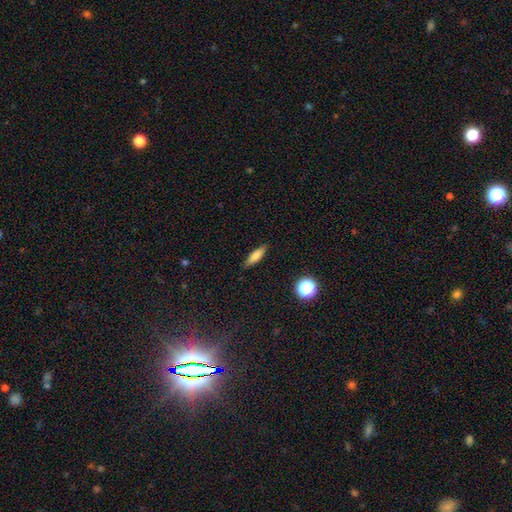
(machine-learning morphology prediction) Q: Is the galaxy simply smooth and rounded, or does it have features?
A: smooth — 76%.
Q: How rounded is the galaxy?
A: cigar-shaped — 59%.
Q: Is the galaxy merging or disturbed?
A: none — 85%.